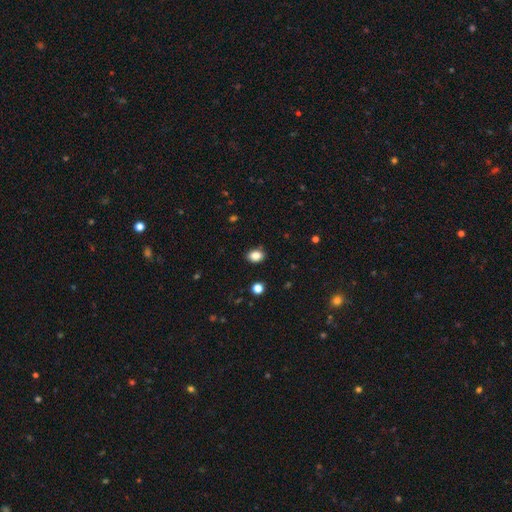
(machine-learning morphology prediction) This appears to be a smooth galaxy with no disk features (85%) that is in between round and cigar-shaped (60%). Merging: none (87%).